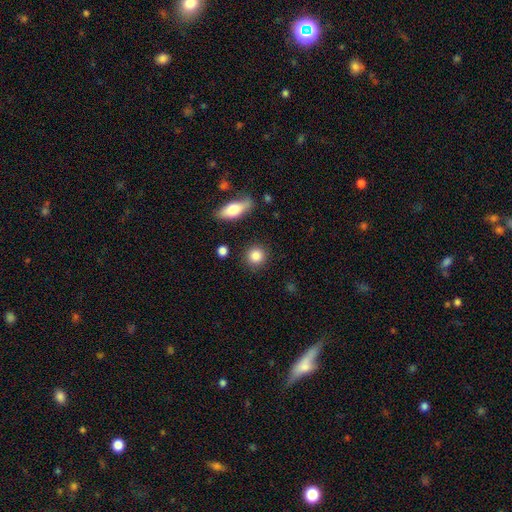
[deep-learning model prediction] Smooth or featured?
  - smooth: 86% *
  - star or artifact: 8%
  - featured or disk: 6%
How rounded?
  - round: 89% *
  - in between: 10%
  - cigar-shaped: 2%
Merging?
  - none: 88% *
  - minor disturbance: 7%
  - major disturbance: 3%
  - merger: 2%